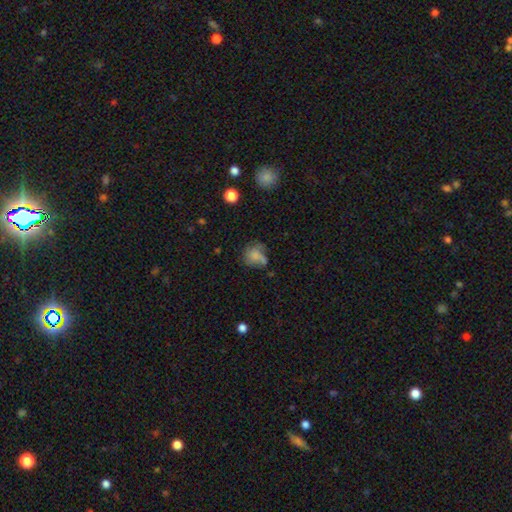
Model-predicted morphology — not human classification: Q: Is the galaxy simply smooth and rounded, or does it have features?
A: smooth — 66%.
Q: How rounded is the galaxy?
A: round — 62%.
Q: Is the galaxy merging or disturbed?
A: none — 40%.